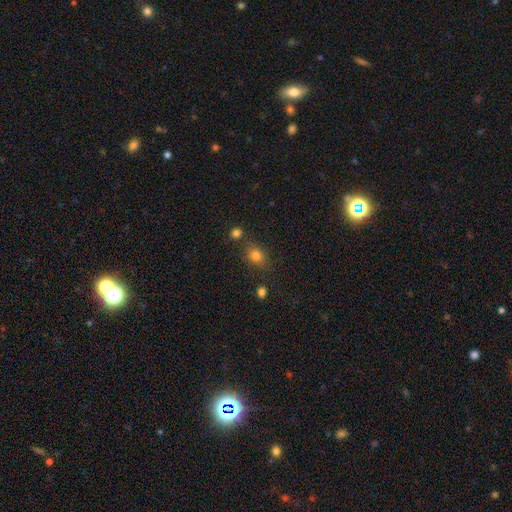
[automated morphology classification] This appears to be a smooth galaxy with no disk features (79%) that is in between round and cigar-shaped (53%). Merging: none (72%).